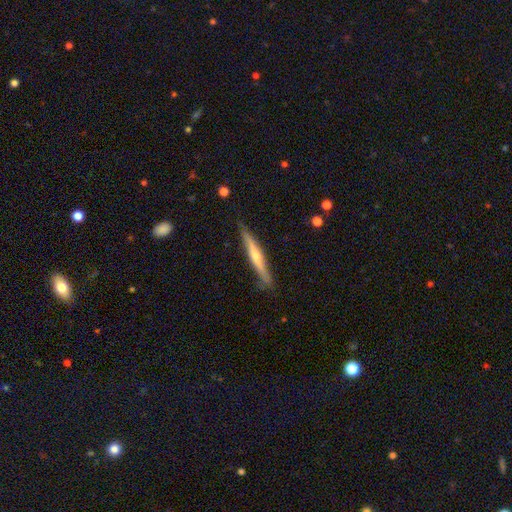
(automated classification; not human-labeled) A featured or disk galaxy (68%) viewed edge-on (97%) with a rounded central bulge (77%). Merging: none (86%).